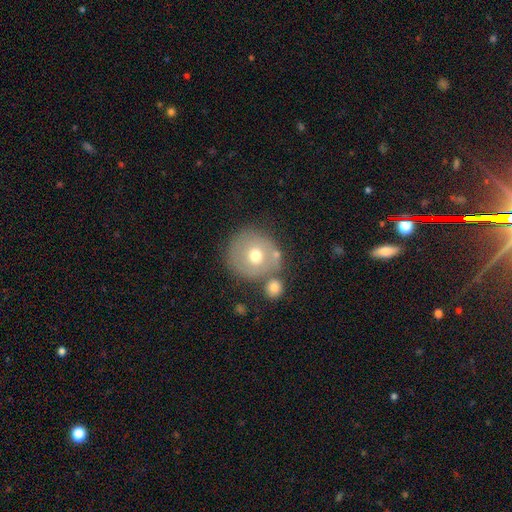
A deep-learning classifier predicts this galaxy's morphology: smooth_or_featured: smooth (p=0.60) [alt: featured or disk p=0.32]
how_rounded: round (p=0.92) [alt: in between p=0.07]
merging: none (p=0.65) [alt: merger p=0.16]